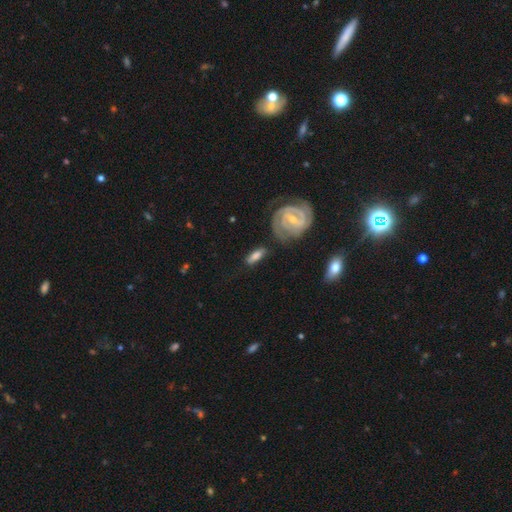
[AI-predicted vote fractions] Smooth or featured? smooth (54%)
How rounded? in between (63%)
Merging? none (70%)